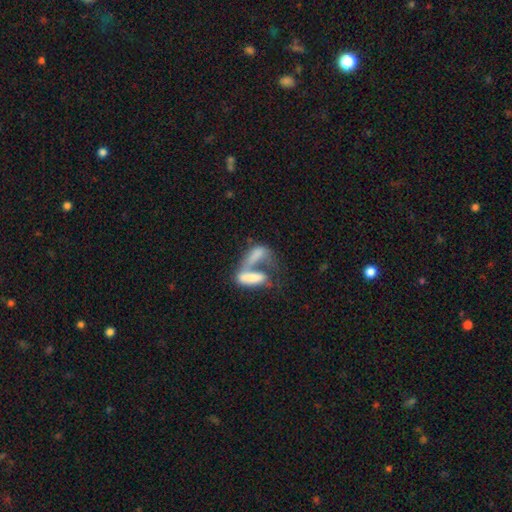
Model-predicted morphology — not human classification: smooth 65%, featured or disk 26%, star or artifact 9%. Down the decision tree: how rounded — in between (60%); merging — merger (70%).